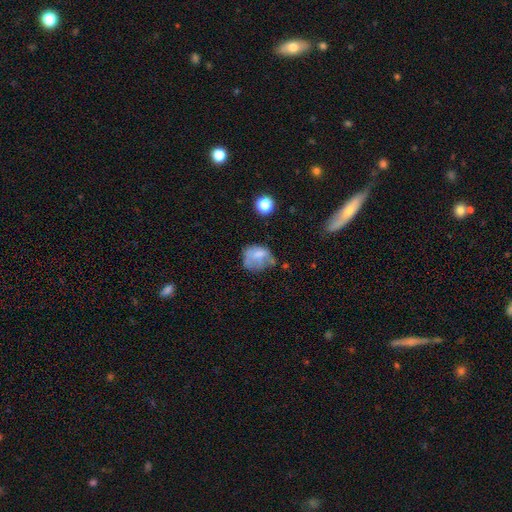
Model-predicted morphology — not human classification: Smooth or featured? Predicted: smooth (p=0.60). How rounded? Predicted: round (p=0.54). Merging? Predicted: none (p=0.36).